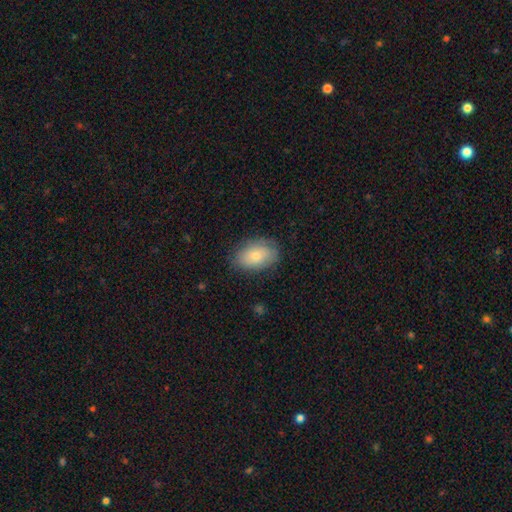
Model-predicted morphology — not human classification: The model was most divided on "smooth or featured": smooth: 75%, featured or disk: 17%, star or artifact: 7%. More confident: how rounded — in between (88%); merging — none (78%).